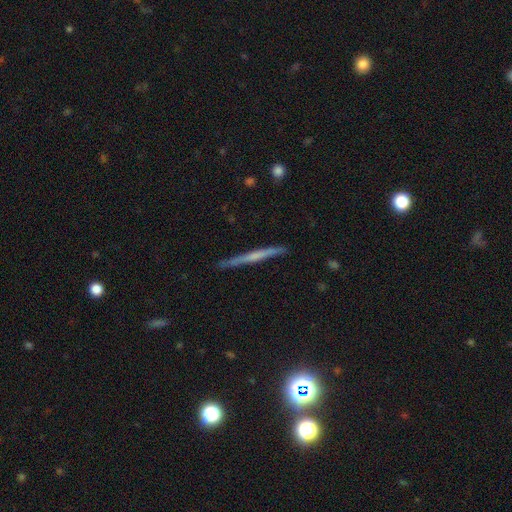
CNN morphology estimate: A featured or disk galaxy (57%) viewed edge-on (97%) with no central bulge (64%).

Vote fractions:
- Smooth or featured? featured or disk: 57% / smooth: 36% / star or artifact: 7%
- Edge-on disk? yes: 97% / no: 3%
- Edge-on bulge? none: 64% / rounded: 25% / boxy: 10%
- Merging? none: 89% / minor disturbance: 8% / major disturbance: 2% / merger: 1%